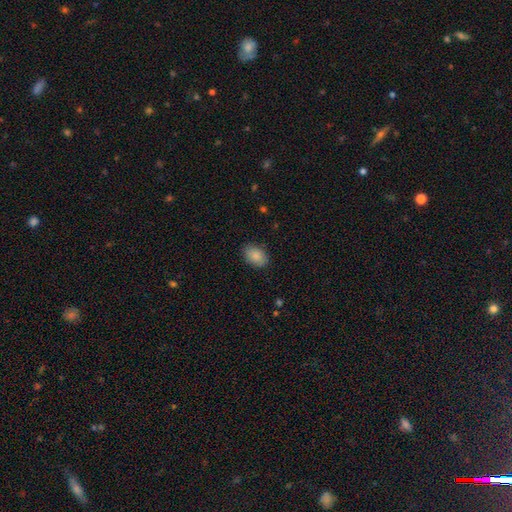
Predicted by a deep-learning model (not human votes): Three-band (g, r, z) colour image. It shows a smooth galaxy with no disk features (87%) that is in between round and cigar-shaped (85%). Merging: none (87%).